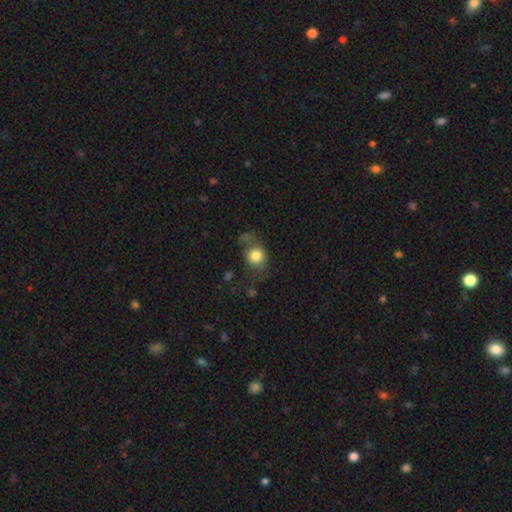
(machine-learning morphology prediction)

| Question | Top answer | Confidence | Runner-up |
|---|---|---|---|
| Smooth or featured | smooth | 79% | featured or disk (12%) |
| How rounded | round | 67% | in between (32%) |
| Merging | none | 46% | minor disturbance (25%) |